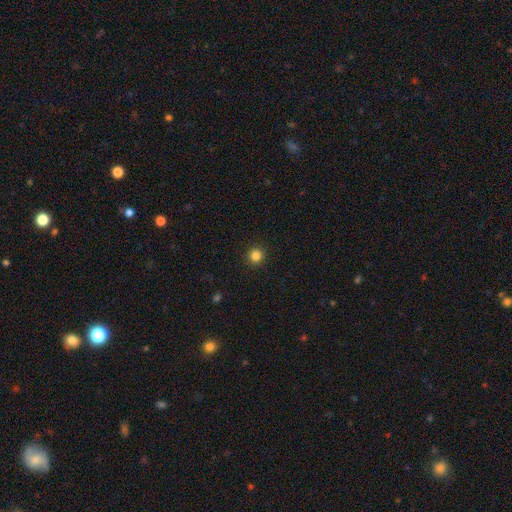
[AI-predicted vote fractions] Smooth or featured: smooth — 84% (star or artifact — 13%)
How rounded: round — 96% (in between — 4%)
Merging: none — 93% (minor disturbance — 4%)